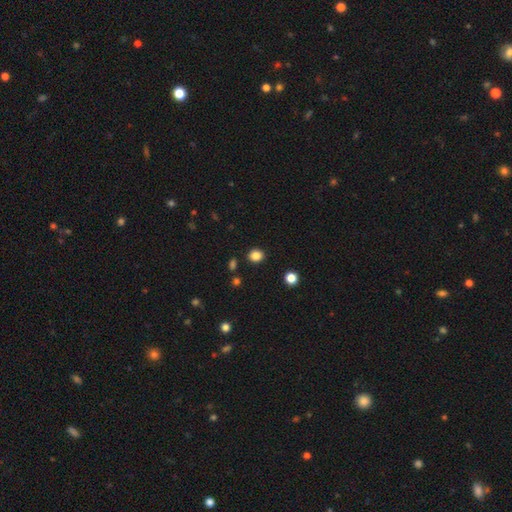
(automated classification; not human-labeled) smooth 84%, star or artifact 12%, featured or disk 4%. Down the decision tree: how rounded — round (70%); merging — none (88%).